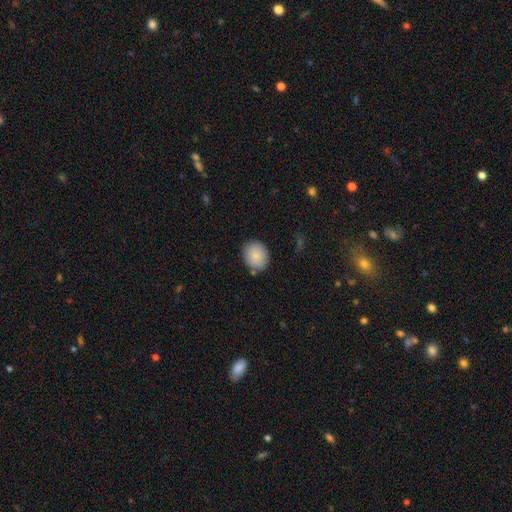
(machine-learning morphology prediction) A smooth galaxy with no disk features (86%) that is round (65%).

Vote fractions:
- Smooth or featured? smooth: 86% / star or artifact: 7% / featured or disk: 6%
- How rounded? round: 65% / in between: 35% / cigar-shaped: 1%
- Merging? none: 82% / minor disturbance: 12% / merger: 3% / major disturbance: 3%